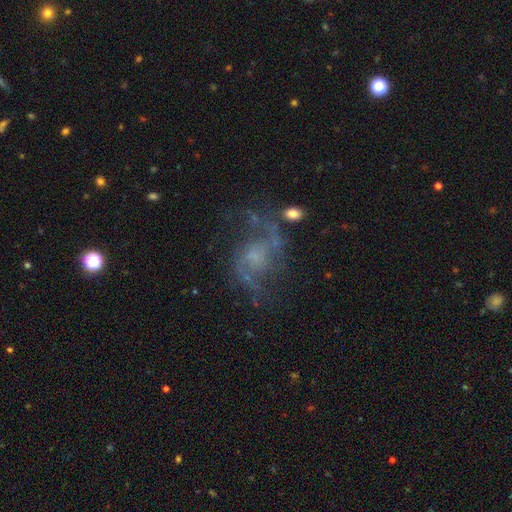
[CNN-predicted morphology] Smooth or featured: featured or disk — 77% (star or artifact — 13%)
Edge-on disk: no — 97% (yes — 3%)
Bar: no — 62% (weak — 32%)
Spiral arms: yes — 90% (no — 10%)
Spiral winding: loose — 53% (medium — 38%)
Spiral arm count: 2 — 85% (can't tell — 7%)
Bulge size: small — 45% (none — 26%)
Merging: none — 62% (minor disturbance — 17%)